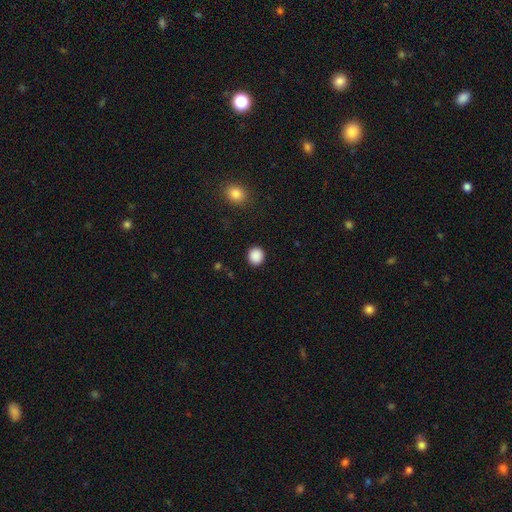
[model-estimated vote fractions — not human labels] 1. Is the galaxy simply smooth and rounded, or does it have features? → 89% smooth, 9% star or artifact, 2% featured or disk.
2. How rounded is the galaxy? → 90% round, 9% in between, 1% cigar-shaped.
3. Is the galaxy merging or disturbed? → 92% none, 5% minor disturbance, 2% major disturbance, 1% merger.